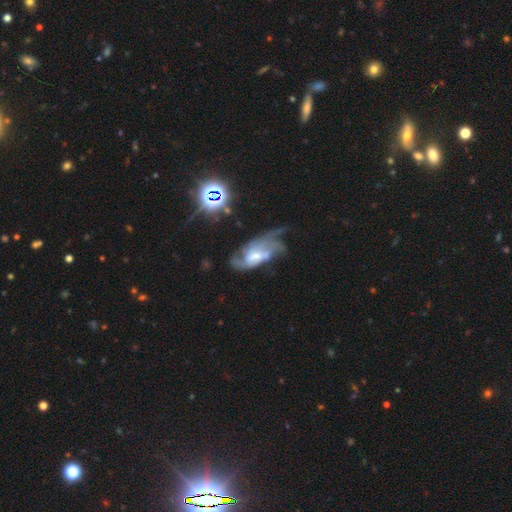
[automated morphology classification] type=featured or disk (73%); edge-on=no (93%); bar=no (45%); spiral arms=yes (83%); winding=medium (40%); arm count=2 (42%); bulge=moderate (45%); merging=major disturbance (41%).